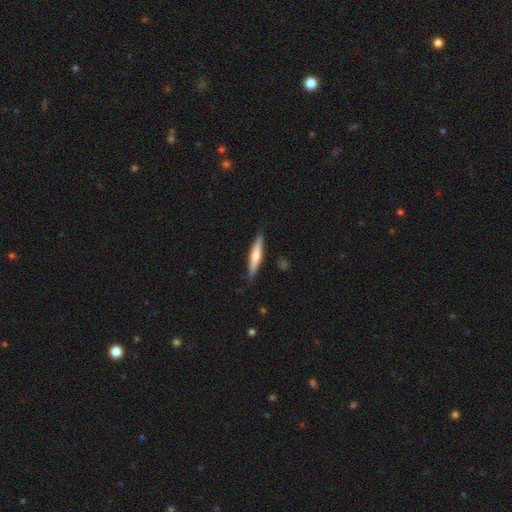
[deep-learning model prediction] smooth-or-featured: smooth: 58% | featured or disk: 37% | star or artifact: 5%
  how-rounded: cigar-shaped: 89% | in between: 9% | round: 1%
  merging: none: 87% | minor disturbance: 10% | major disturbance: 2% | merger: 1%